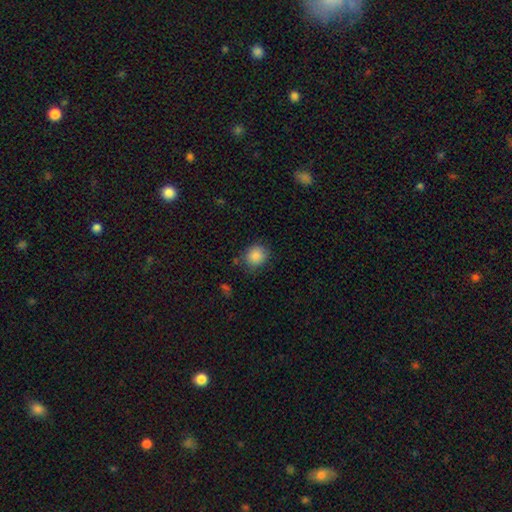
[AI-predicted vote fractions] Overall: smooth (86%). How rounded: round (82%). Merging: none (79%).